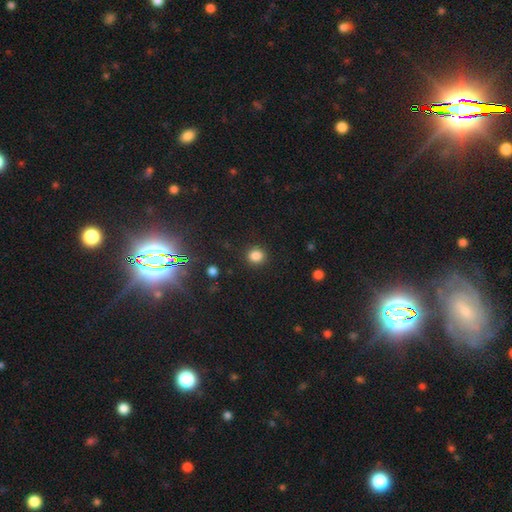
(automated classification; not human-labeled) smooth 84%, star or artifact 12%, featured or disk 4%. Down the decision tree: how rounded — round (85%); merging — none (90%).